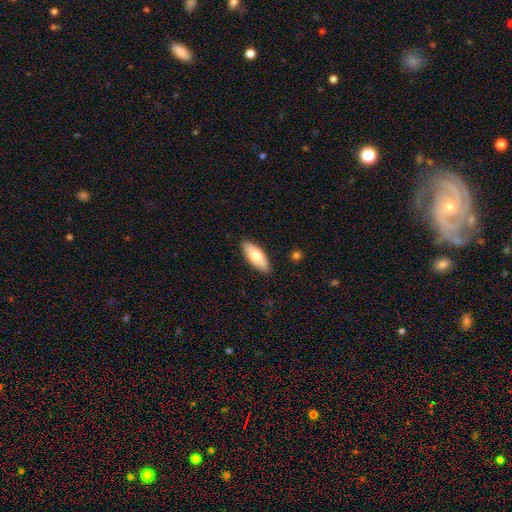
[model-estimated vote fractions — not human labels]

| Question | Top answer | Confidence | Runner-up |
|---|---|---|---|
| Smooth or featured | smooth | 72% | featured or disk (22%) |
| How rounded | in between | 77% | cigar-shaped (21%) |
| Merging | none | 88% | minor disturbance (9%) |